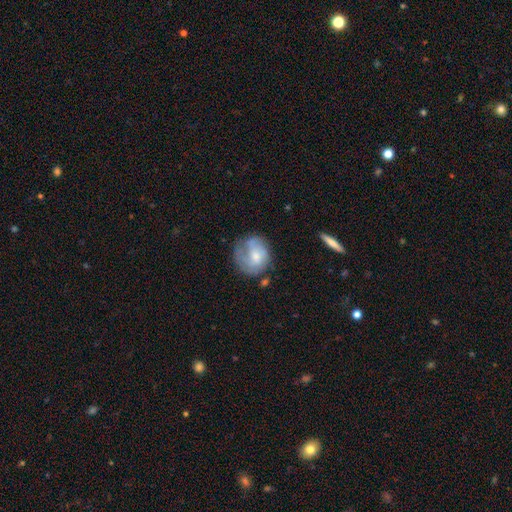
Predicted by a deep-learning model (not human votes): smooth_or_featured: featured or disk (p=0.47) [alt: smooth p=0.46]
merging: none (p=0.50) [alt: minor disturbance p=0.26]